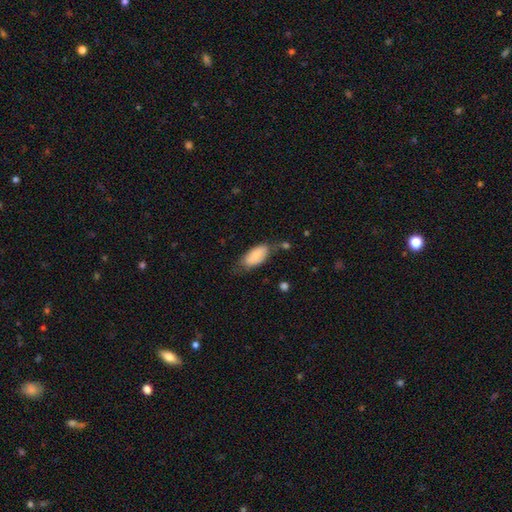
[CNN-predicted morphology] smooth_or_featured: smooth (p=0.82) [alt: featured or disk p=0.12]
how_rounded: in between (p=0.91) [alt: cigar-shaped p=0.06]
merging: none (p=0.52) [alt: minor disturbance p=0.32]